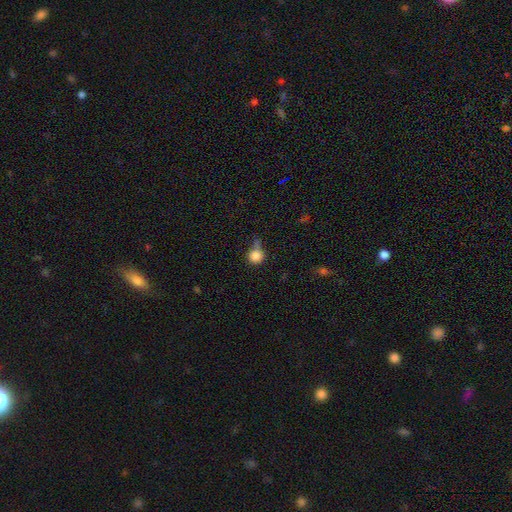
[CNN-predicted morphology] Smooth or featured? Predicted: smooth (p=0.84). How rounded? Predicted: round (p=0.89). Merging? Predicted: none (p=0.48).